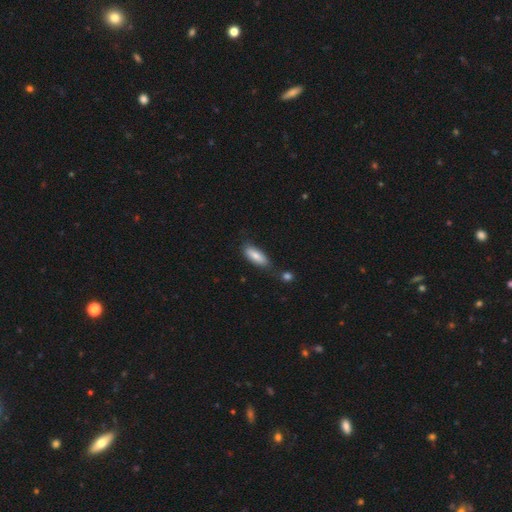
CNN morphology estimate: Q: Smooth or featured?
A: smooth (79%); runner-up: featured or disk (14%)
Q: How rounded?
A: in between (68%); runner-up: cigar-shaped (30%)
Q: Merging?
A: none (65%); runner-up: minor disturbance (22%)